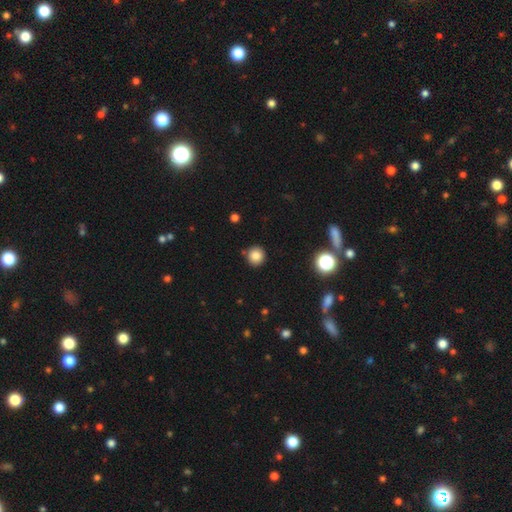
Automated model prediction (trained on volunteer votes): smooth 83%, star or artifact 12%, featured or disk 5%. Down the decision tree: how rounded — round (93%); merging — none (86%).